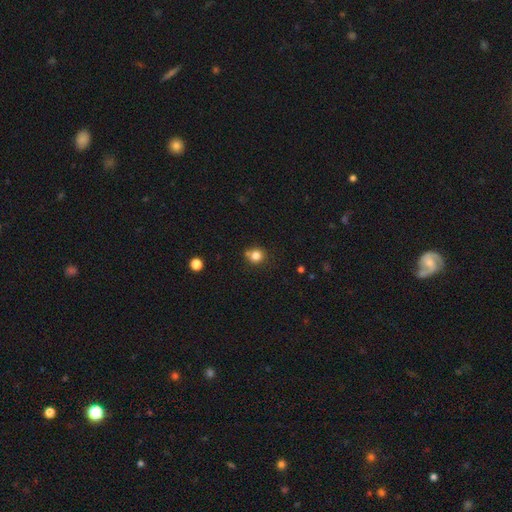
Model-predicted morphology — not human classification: This appears to be a smooth galaxy with no disk features (81%) that is round (86%). Merging: none (68%).